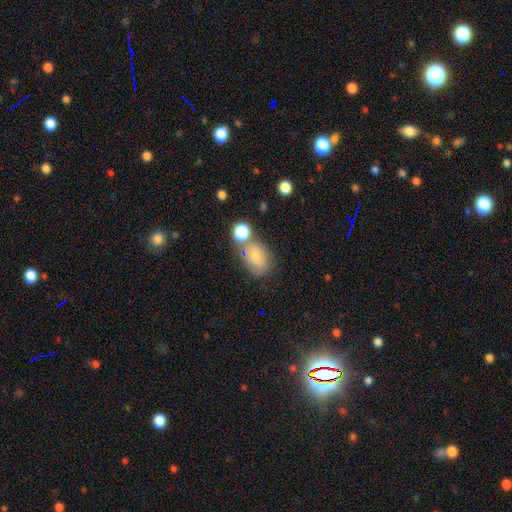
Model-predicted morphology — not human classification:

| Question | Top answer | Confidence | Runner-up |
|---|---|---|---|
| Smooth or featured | smooth | 69% | featured or disk (19%) |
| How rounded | in between | 70% | round (29%) |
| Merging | none | 52% | minor disturbance (20%) |